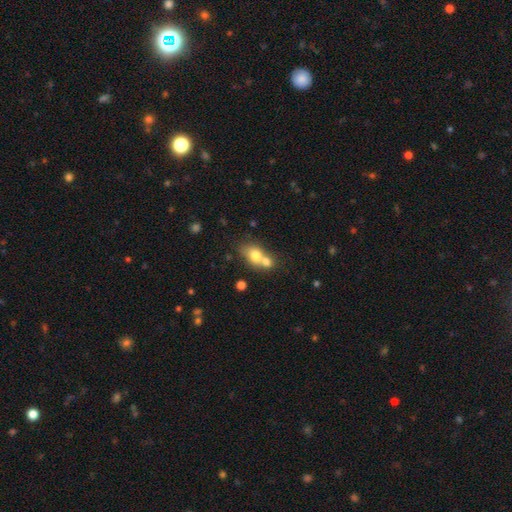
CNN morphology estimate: Smooth or featured?
  - smooth: 72% *
  - featured or disk: 18%
  - star or artifact: 10%
How rounded?
  - in between: 57% *
  - round: 41%
  - cigar-shaped: 2%
Merging?
  - merger: 63% *
  - none: 26%
  - minor disturbance: 8%
  - major disturbance: 4%